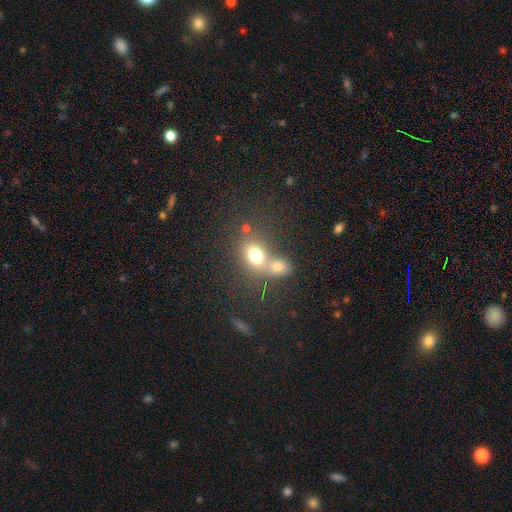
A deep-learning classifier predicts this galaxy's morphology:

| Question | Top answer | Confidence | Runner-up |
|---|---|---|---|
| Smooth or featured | smooth | 74% | featured or disk (13%) |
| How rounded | in between | 57% | round (42%) |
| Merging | merger | 52% | none (34%) |